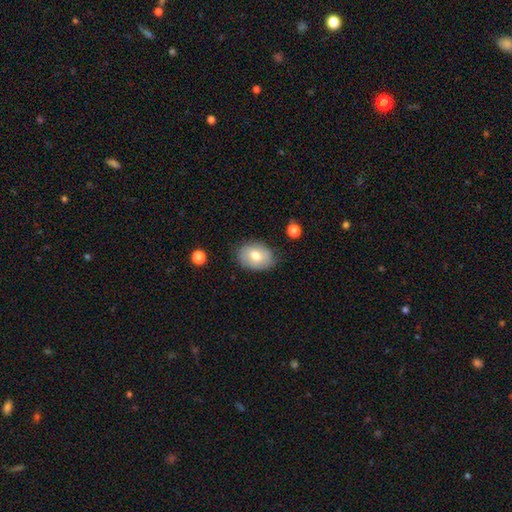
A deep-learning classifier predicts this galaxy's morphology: This is likely a smooth galaxy (72%). How rounded: likely in between (74%). Merging: likely none (78%).